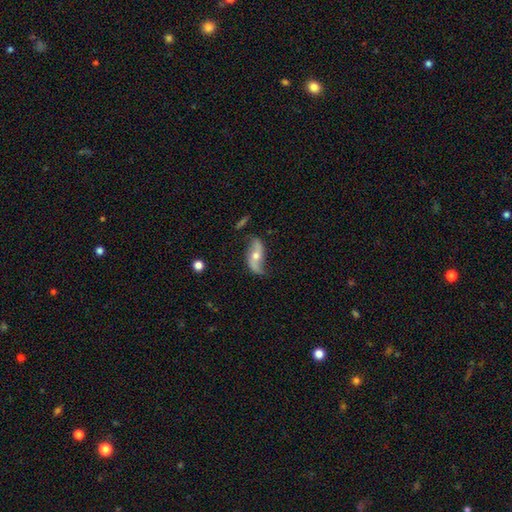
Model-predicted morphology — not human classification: This is likely a featured or disk galaxy (77%). It is clearly not viewed edge-on (91%). Bar: possibly no (59%). Spiral arm pattern: clearly yes (91%). Spiral arm count: clearly 2 (92%). Spiral winding: clearly loose (86%). Central bulge: likely moderate (63%). Merging: likely none (68%).